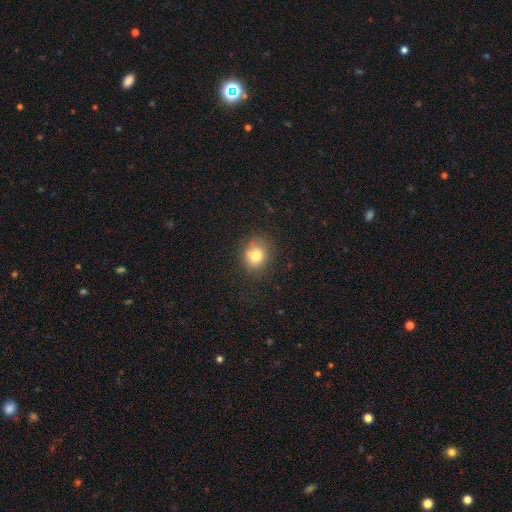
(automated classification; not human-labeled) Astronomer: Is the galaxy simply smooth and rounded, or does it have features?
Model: smooth — 76%.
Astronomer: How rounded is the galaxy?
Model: round — 76%.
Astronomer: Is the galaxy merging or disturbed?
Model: none — 72%.